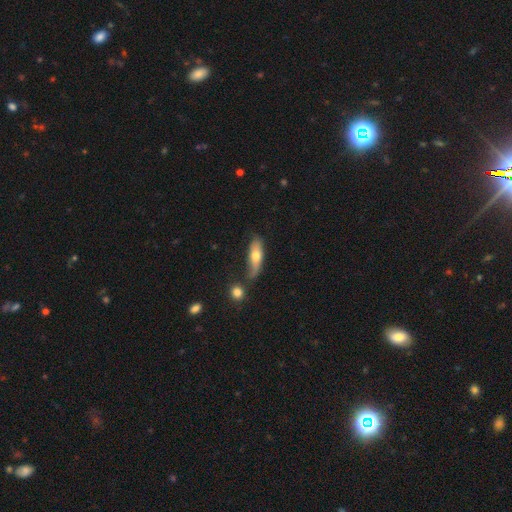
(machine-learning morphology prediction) This is likely a smooth galaxy (65%). How rounded: possibly in between (58%). Merging: possibly none (49%).